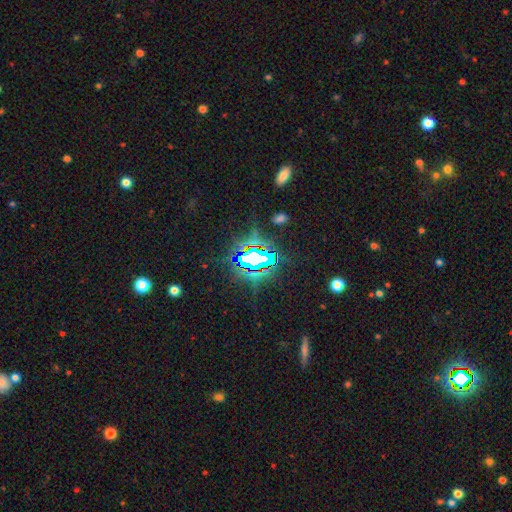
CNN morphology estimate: A star or artifact, not a galaxy (76%).

Vote fractions:
- Smooth or featured? star or artifact: 76% / featured or disk: 12% / smooth: 12%